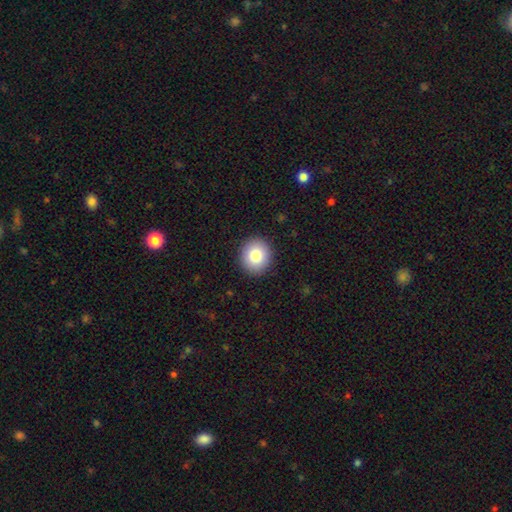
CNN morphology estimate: This is clearly a smooth galaxy (85%). How rounded: clearly round (84%). Merging: clearly none (91%).